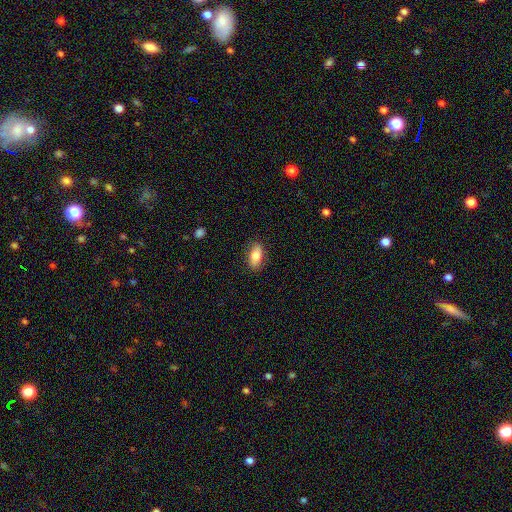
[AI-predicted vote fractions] A smooth galaxy with no disk features (80%) that is in between round and cigar-shaped (89%). Merging: none (86%).